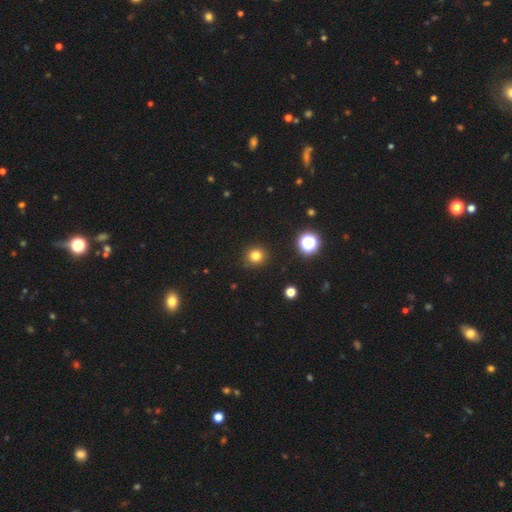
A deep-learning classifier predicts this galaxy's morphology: smooth 80%, star or artifact 15%, featured or disk 5%. Down the decision tree: how rounded — round (91%); merging — none (91%).